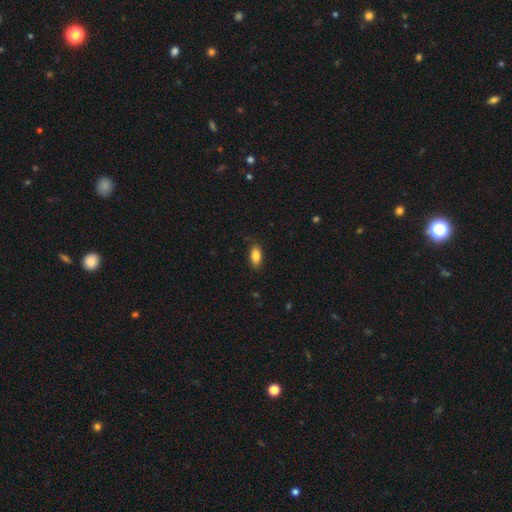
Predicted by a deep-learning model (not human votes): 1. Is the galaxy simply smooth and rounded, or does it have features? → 85% smooth, 8% featured or disk, 7% star or artifact.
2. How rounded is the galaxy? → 88% in between, 8% cigar-shaped, 4% round.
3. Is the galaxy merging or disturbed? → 84% none, 13% minor disturbance, 2% major disturbance, 1% merger.